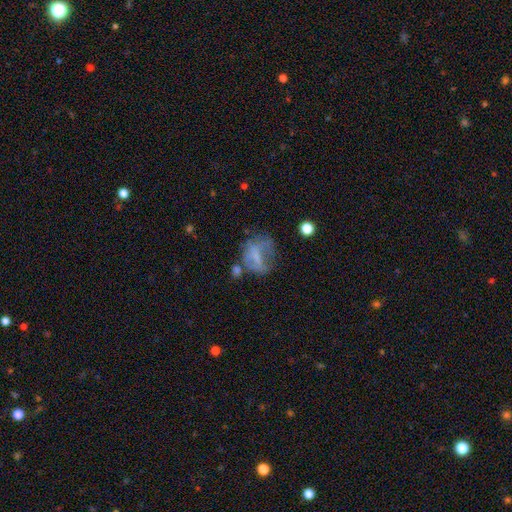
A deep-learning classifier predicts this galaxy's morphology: This appears to be a featured or disk galaxy (43%). Merging: major disturbance (36%).